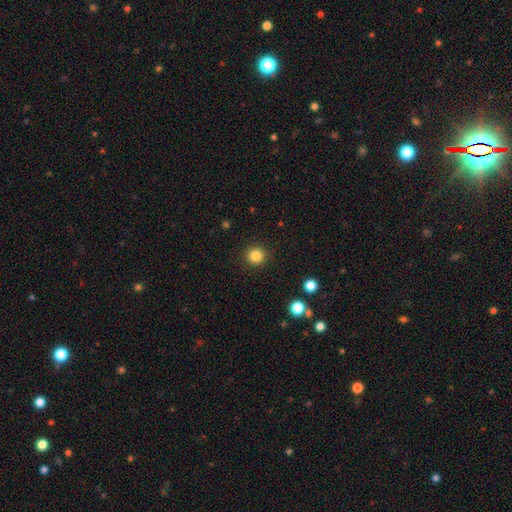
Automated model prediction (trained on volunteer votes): Smooth or featured? Predicted: smooth (p=0.84). How rounded? Predicted: round (p=0.93). Merging? Predicted: none (p=0.92).